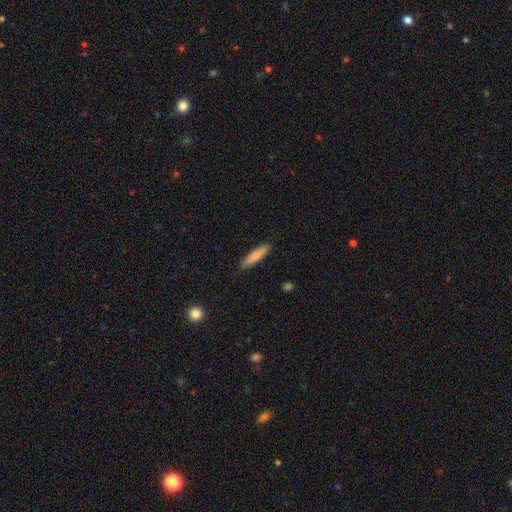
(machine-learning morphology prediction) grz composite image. It shows a smooth galaxy with no disk features (76%) that is cigar-shaped (83%). Merging: none (89%).